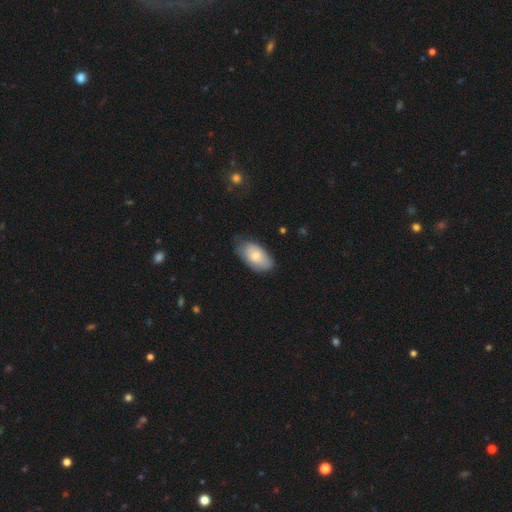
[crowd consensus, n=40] smooth 72%, featured or disk 25%, star or artifact 2%. Down the decision tree: how rounded — in between (86%); merging — none (59%).